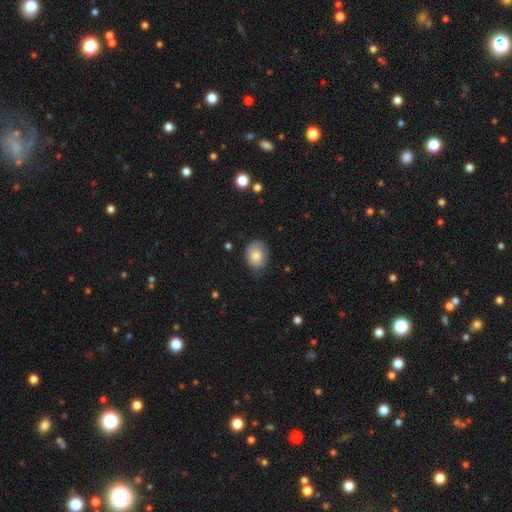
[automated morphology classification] Smooth or featured: smooth — 75% (featured or disk — 17%)
How rounded: in between — 53% (round — 46%)
Merging: none — 65% (minor disturbance — 27%)